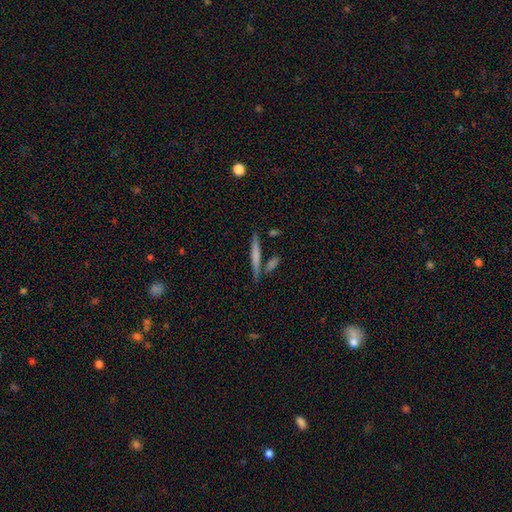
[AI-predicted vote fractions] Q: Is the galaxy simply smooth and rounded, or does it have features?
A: smooth — 57%.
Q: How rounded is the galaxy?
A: cigar-shaped — 93%.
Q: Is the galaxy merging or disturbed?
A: none — 77%.